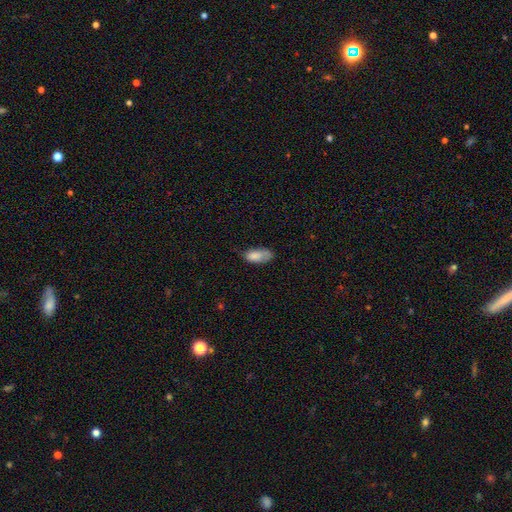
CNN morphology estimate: Smooth or featured: smooth — 81% (featured or disk — 12%)
How rounded: in between — 89% (cigar-shaped — 8%)
Merging: none — 45% (minor disturbance — 38%)